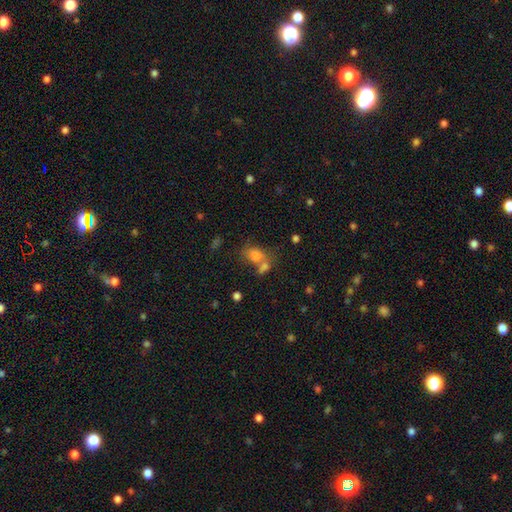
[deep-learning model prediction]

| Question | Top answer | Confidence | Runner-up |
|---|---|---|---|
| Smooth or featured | smooth | 72% | star or artifact (15%) |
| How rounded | in between | 71% | round (27%) |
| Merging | merger | 44% | none (35%) |